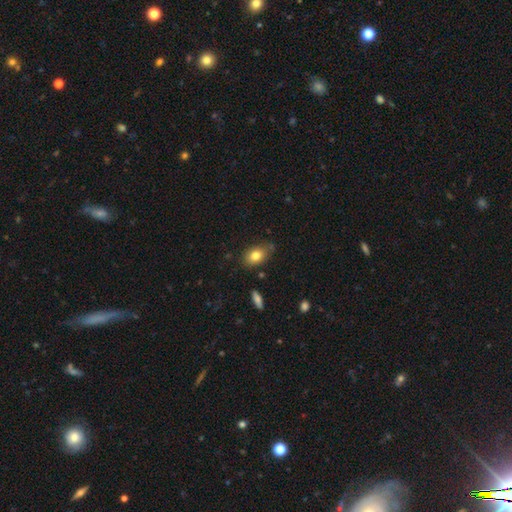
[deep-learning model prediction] smooth_or_featured: smooth (p=0.81) [alt: featured or disk p=0.11]
how_rounded: in between (p=0.81) [alt: round p=0.17]
merging: none (p=0.74) [alt: minor disturbance p=0.19]